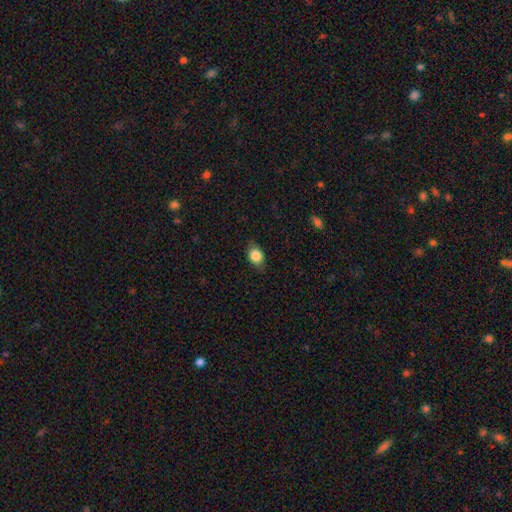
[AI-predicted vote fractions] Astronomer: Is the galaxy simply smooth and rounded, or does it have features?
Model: smooth — 81%.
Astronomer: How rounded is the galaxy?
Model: in between — 65%.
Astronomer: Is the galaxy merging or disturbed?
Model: none — 79%.